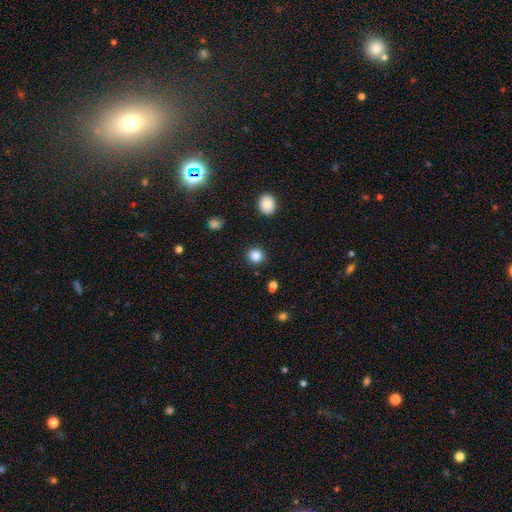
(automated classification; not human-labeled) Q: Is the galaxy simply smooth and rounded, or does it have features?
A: smooth — 85%.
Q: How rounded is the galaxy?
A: round — 87%.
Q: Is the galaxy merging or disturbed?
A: none — 90%.